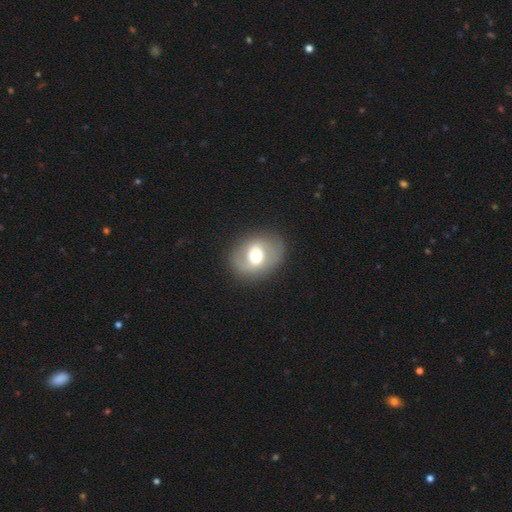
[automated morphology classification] This is possibly a featured or disk galaxy (47%). Merging: clearly none (83%).